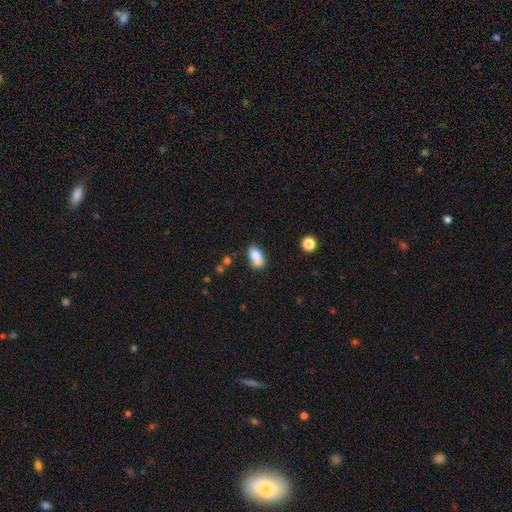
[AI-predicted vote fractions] Smooth or featured? Predicted: smooth (p=0.79). How rounded? Predicted: in between (p=0.89). Merging? Predicted: none (p=0.57).